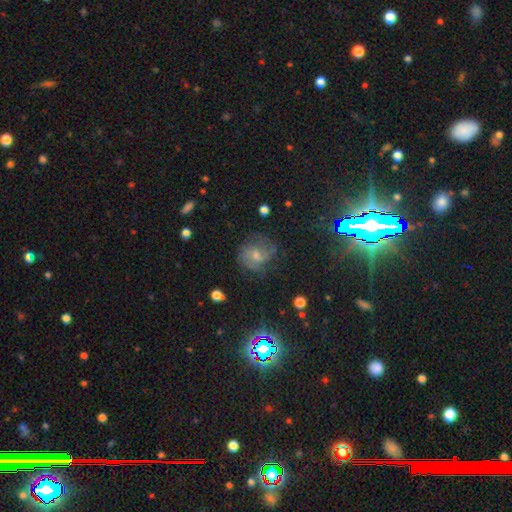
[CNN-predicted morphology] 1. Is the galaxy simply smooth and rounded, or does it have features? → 54% featured or disk, 28% star or artifact, 18% smooth.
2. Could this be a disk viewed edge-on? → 96% no, 4% yes.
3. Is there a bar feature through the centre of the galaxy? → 58% no, 34% weak, 8% strong.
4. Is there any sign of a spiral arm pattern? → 89% yes, 11% no.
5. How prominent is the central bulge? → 49% moderate, 42% small, 4% none, 3% large, 1% dominant.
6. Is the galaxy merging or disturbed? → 68% none, 19% minor disturbance, 11% major disturbance, 2% merger.